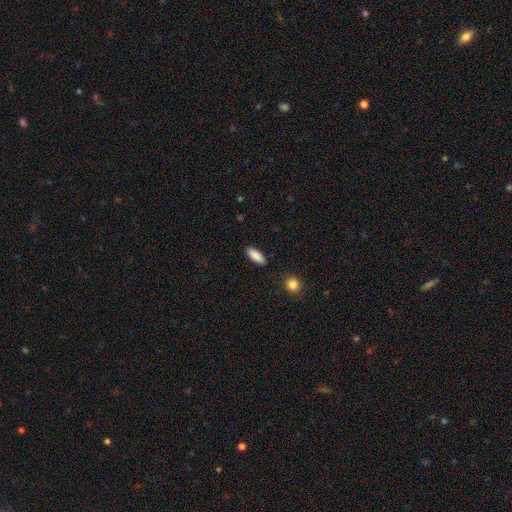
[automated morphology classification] Smooth or featured: smooth — 88% (star or artifact — 6%)
How rounded: in between — 74% (cigar-shaped — 24%)
Merging: none — 88% (minor disturbance — 9%)